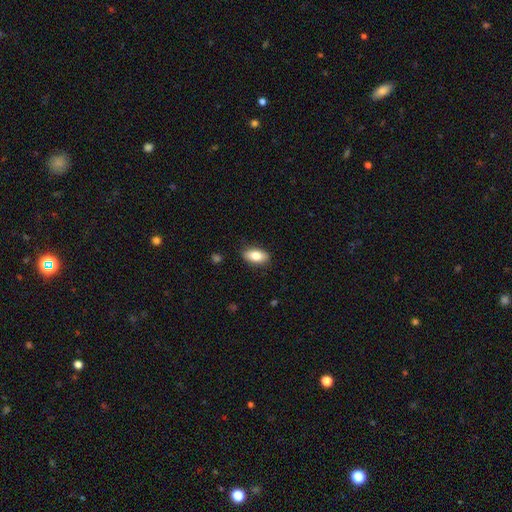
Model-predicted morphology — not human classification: smooth-or-featured: smooth: 82% | featured or disk: 11% | star or artifact: 7%
  how-rounded: in between: 89% | cigar-shaped: 7% | round: 5%
  merging: none: 87% | minor disturbance: 10% | major disturbance: 2% | merger: 1%